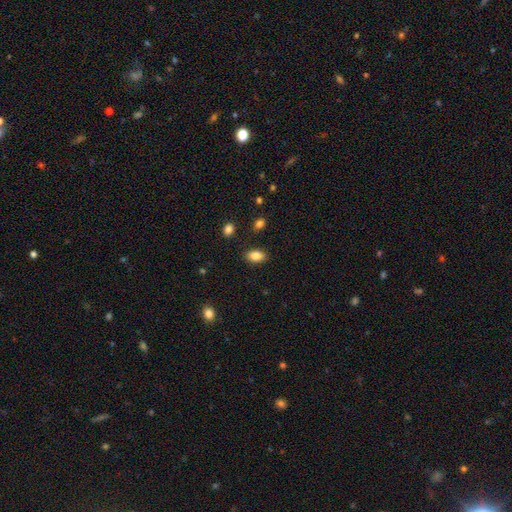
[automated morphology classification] A smooth galaxy with no disk features (86%) that is in between round and cigar-shaped (91%).

Vote fractions:
- Smooth or featured? smooth: 86% / star or artifact: 8% / featured or disk: 6%
- How rounded? in between: 91% / round: 7% / cigar-shaped: 3%
- Merging? none: 86% / minor disturbance: 9% / major disturbance: 2% / merger: 2%